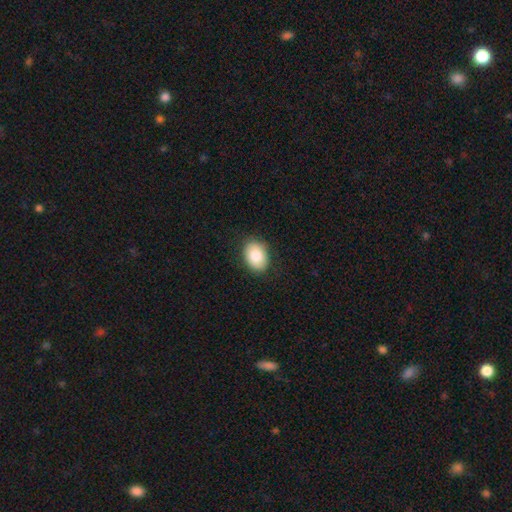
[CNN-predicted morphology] smooth_or_featured: smooth (p=0.82) [alt: featured or disk p=0.11]
how_rounded: in between (p=0.76) [alt: round p=0.24]
merging: none (p=0.86) [alt: minor disturbance p=0.11]